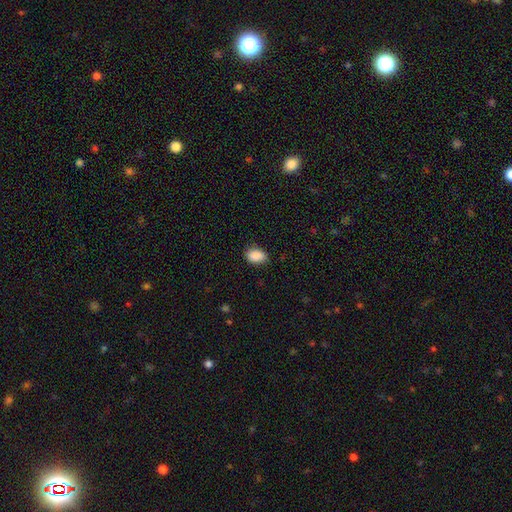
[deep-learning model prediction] Smooth or featured? Predicted: smooth (p=0.89). How rounded? Predicted: in between (p=0.84). Merging? Predicted: none (p=0.78).